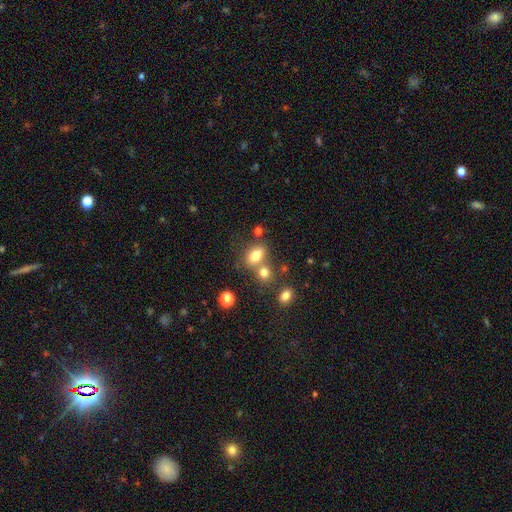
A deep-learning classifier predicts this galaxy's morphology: Q: Smooth or featured?
A: smooth (75%); runner-up: featured or disk (13%)
Q: How rounded?
A: in between (81%); runner-up: round (14%)
Q: Merging?
A: none (53%); runner-up: merger (30%)